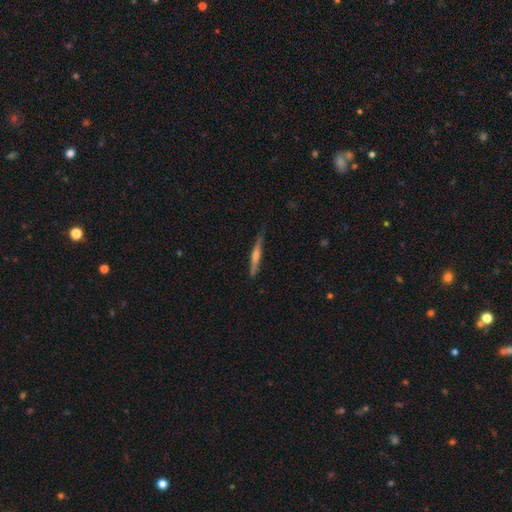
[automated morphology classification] The model was most divided on "smooth or featured": featured or disk: 61%, smooth: 33%, star or artifact: 6%. More confident: edge-on disk — yes (97%); merging — none (79%); edge-on bulge — rounded (73%).